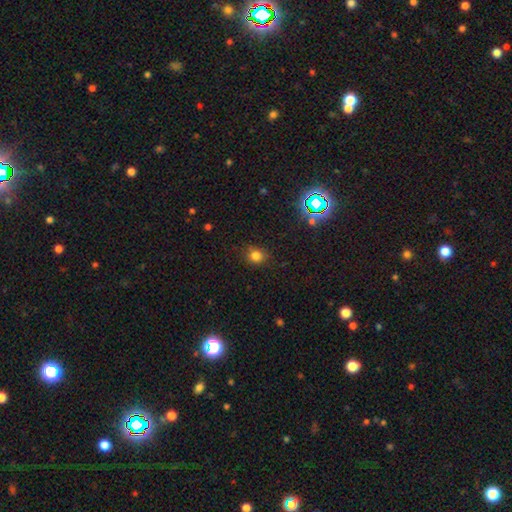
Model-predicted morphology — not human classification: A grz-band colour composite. It shows a smooth galaxy with no disk features (78%) that is round (76%). Merging: none (84%).